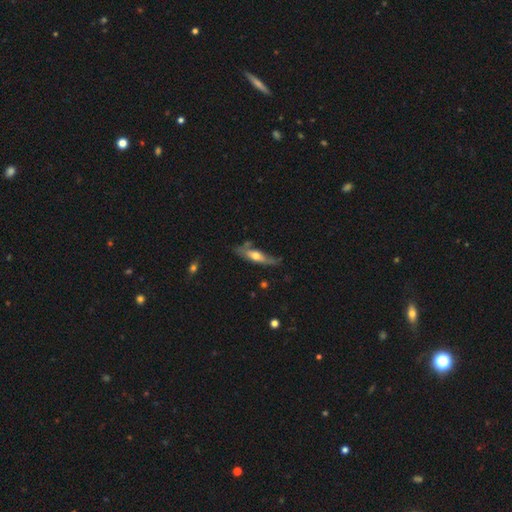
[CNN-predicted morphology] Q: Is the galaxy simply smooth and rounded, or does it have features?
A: featured or disk — 54%.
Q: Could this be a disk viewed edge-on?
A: yes — 67%.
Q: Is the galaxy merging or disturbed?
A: none — 61%.